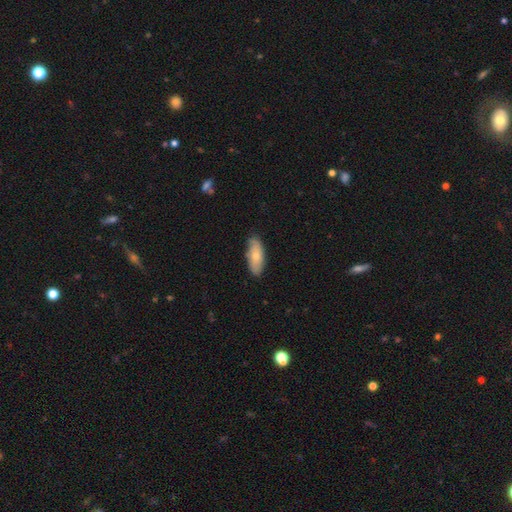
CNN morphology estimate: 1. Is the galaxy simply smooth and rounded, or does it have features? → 69% smooth, 25% featured or disk, 6% star or artifact.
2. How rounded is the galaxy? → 81% in between, 17% cigar-shaped, 2% round.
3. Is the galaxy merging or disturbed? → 77% none, 19% minor disturbance, 3% major disturbance, 1% merger.